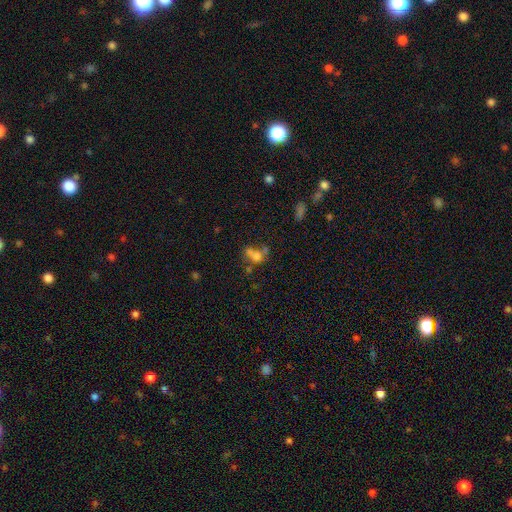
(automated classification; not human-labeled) Smooth or featured: smooth — 61% (featured or disk — 22%)
How rounded: round — 56% (in between — 42%)
Merging: merger — 51% (none — 28%)